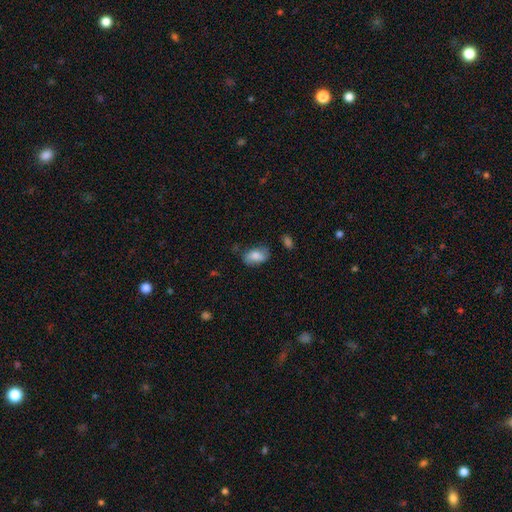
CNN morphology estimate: smooth-or-featured: smooth: 77% | featured or disk: 15% | star or artifact: 7%
  how-rounded: in between: 91% | round: 7% | cigar-shaped: 2%
  merging: none: 65% | minor disturbance: 25% | major disturbance: 7% | merger: 3%